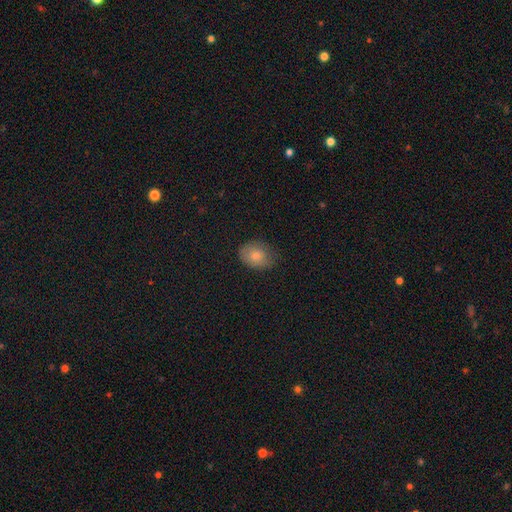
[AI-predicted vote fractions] Smooth or featured? Predicted: smooth (p=0.75). How rounded? Predicted: in between (p=0.63). Merging? Predicted: none (p=0.73).